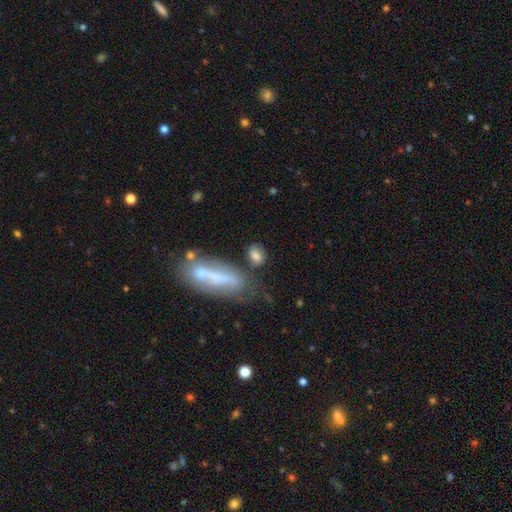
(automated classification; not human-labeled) A smooth galaxy with no disk features (76%) that is in between round and cigar-shaped (74%). Merging: none (59%).